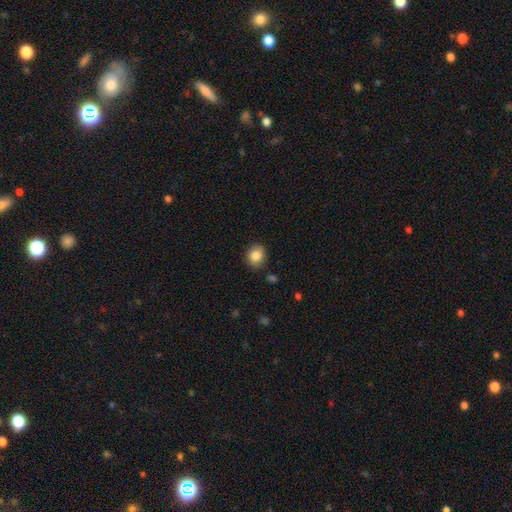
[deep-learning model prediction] Smooth or featured?
  - smooth: 85% *
  - star or artifact: 9%
  - featured or disk: 6%
How rounded?
  - round: 69% *
  - in between: 30%
  - cigar-shaped: 1%
Merging?
  - none: 83% *
  - minor disturbance: 12%
  - major disturbance: 2%
  - merger: 2%